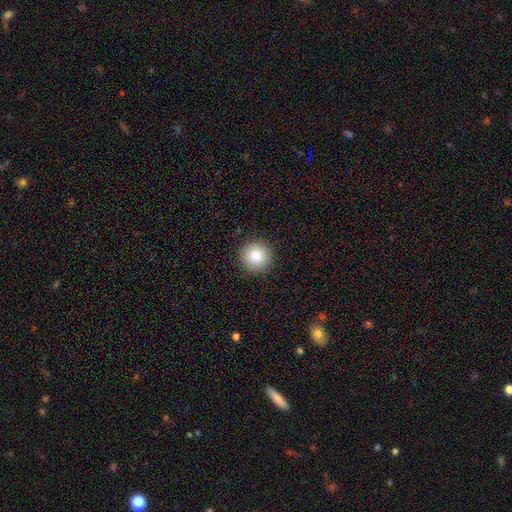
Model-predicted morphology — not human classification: This is clearly a smooth galaxy (83%). How rounded: clearly round (96%). Merging: clearly none (92%).